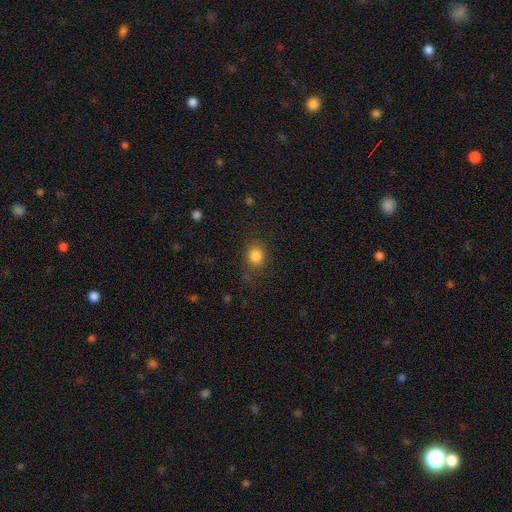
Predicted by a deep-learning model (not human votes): Q: Smooth or featured?
A: smooth (84%); runner-up: star or artifact (11%)
Q: How rounded?
A: round (64%); runner-up: in between (35%)
Q: Merging?
A: none (76%); runner-up: minor disturbance (15%)